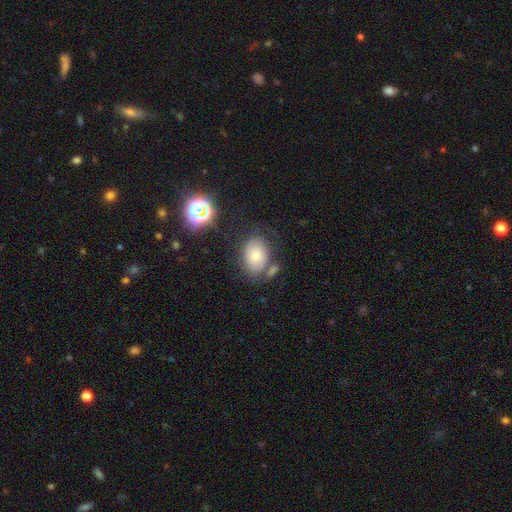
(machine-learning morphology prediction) This is likely a smooth galaxy (74%). How rounded: likely in between (76%). Merging: likely none (65%).